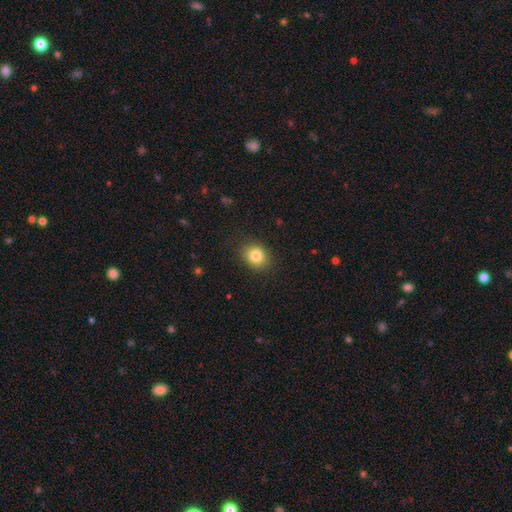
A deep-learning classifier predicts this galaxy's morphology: smooth 83%, star or artifact 10%, featured or disk 7%. Down the decision tree: how rounded — round (58%); merging — none (86%).